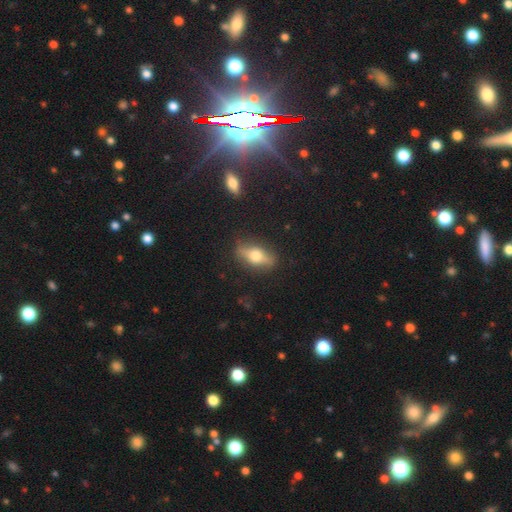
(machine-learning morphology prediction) Q: Smooth or featured?
A: featured or disk (48%); runner-up: smooth (44%)
Q: Merging?
A: none (85%); runner-up: minor disturbance (11%)